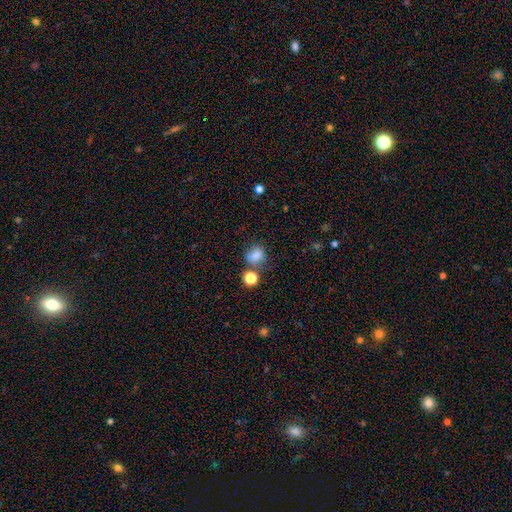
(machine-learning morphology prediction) This is clearly a smooth galaxy (80%). How rounded: likely round (67%). Merging: possibly none (58%).